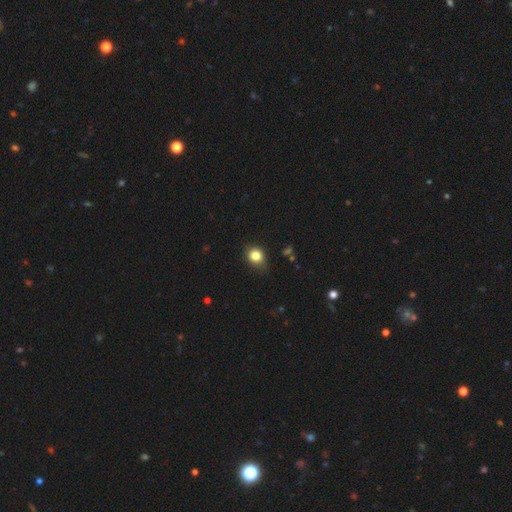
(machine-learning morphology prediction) smooth-or-featured: smooth: 82% | star or artifact: 12% | featured or disk: 6%
  how-rounded: round: 70% | in between: 29% | cigar-shaped: 1%
  merging: none: 76% | minor disturbance: 19% | major disturbance: 3% | merger: 1%